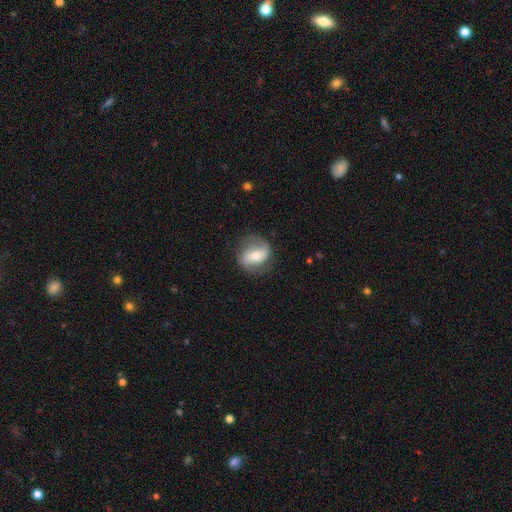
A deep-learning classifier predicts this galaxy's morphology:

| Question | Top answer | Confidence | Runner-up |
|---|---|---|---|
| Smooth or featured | featured or disk | 65% | smooth (28%) |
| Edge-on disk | no | 95% | yes (5%) |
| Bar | strong | 37% | weak (33%) |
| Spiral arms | yes | 79% | no (21%) |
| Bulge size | moderate | 64% | small (29%) |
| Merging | none | 76% | minor disturbance (16%) |